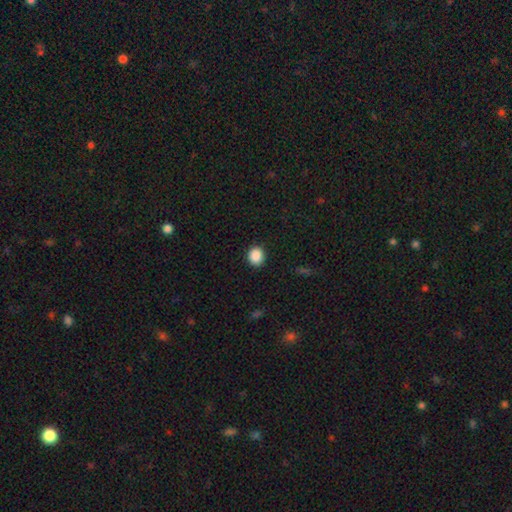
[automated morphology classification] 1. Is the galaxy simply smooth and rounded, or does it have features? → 89% smooth, 9% star or artifact, 3% featured or disk.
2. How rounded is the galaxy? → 74% round, 25% in between, 1% cigar-shaped.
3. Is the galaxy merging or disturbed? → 90% none, 7% minor disturbance, 2% major disturbance, 1% merger.